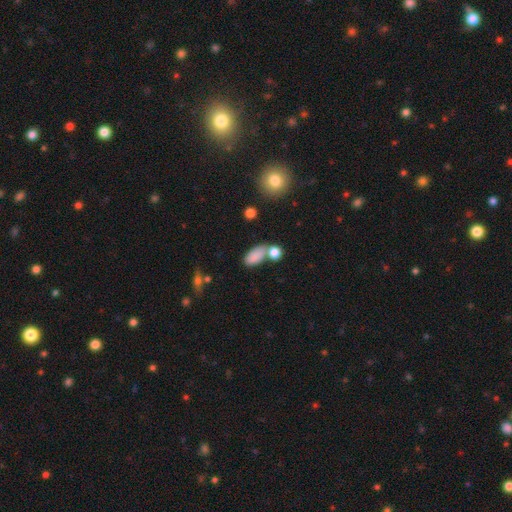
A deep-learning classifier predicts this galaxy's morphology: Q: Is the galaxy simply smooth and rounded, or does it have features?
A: smooth — 83%.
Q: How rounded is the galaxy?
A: in between — 87%.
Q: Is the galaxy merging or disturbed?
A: none — 51%.